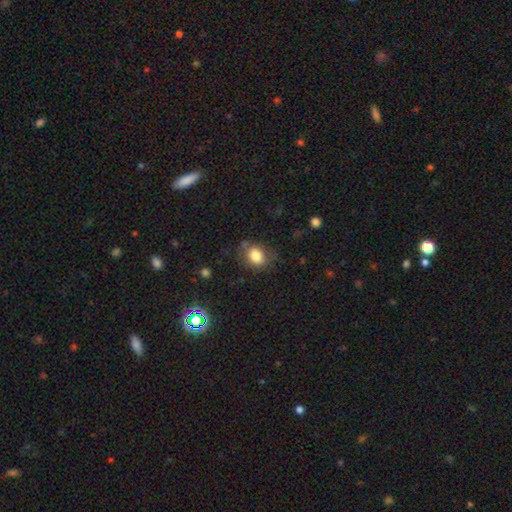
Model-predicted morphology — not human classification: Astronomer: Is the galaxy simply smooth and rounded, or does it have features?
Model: smooth — 80%.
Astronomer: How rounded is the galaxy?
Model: in between — 52% (runner-up: round, 47%).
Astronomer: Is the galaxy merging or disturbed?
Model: none — 69%.